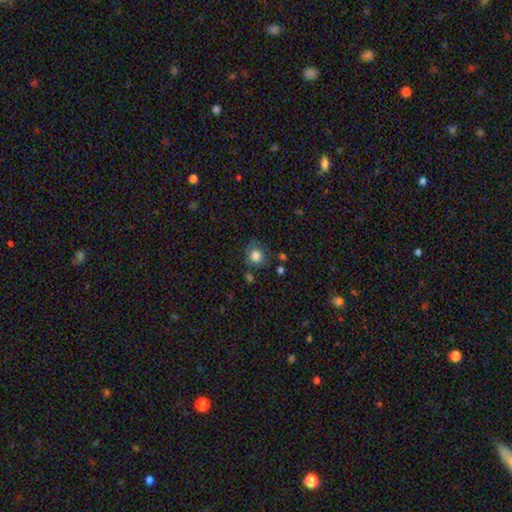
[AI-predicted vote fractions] This appears to be a smooth galaxy with no disk features (82%) that is round (78%). Merging: none (65%).